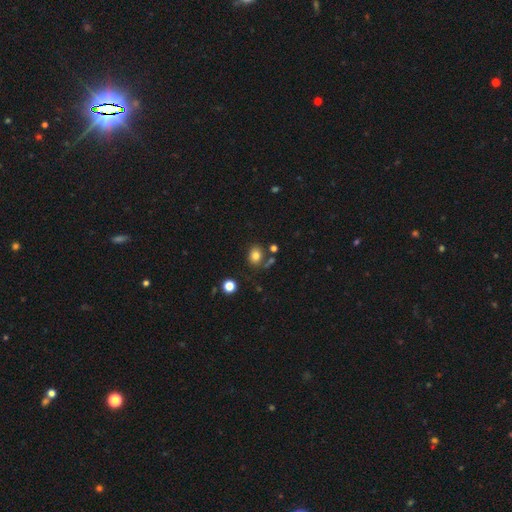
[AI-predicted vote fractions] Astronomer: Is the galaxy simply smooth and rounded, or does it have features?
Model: smooth — 79%.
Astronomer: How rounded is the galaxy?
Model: round — 55% (runner-up: in between, 44%).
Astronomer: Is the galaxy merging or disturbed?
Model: none — 74%.